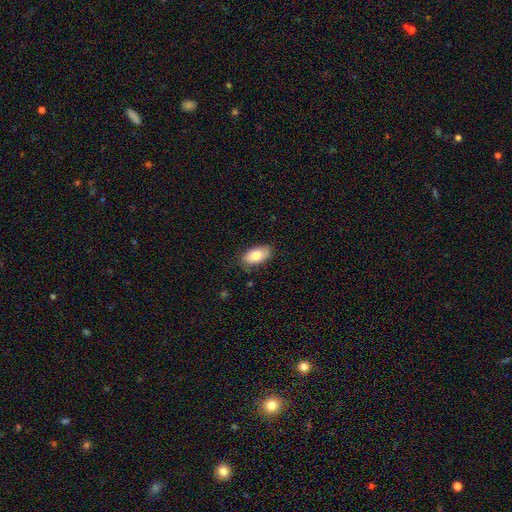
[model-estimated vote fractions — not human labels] Smooth or featured? smooth (79%)
How rounded? in between (93%)
Merging? none (82%)